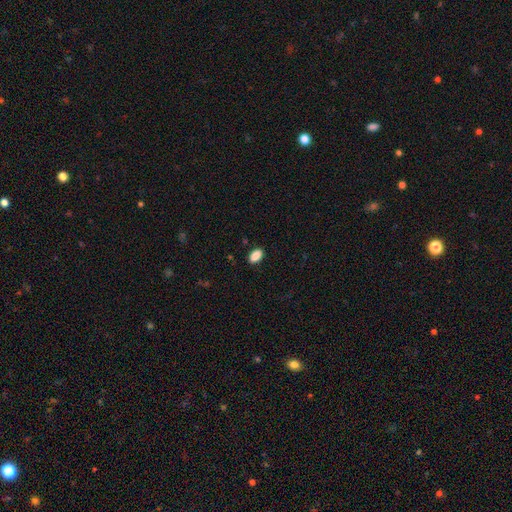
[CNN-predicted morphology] A smooth galaxy with no disk features (89%) that is in between round and cigar-shaped (92%).

Vote fractions:
- Smooth or featured? smooth: 89% / star or artifact: 8% / featured or disk: 3%
- How rounded? in between: 92% / round: 5% / cigar-shaped: 3%
- Merging? none: 88% / minor disturbance: 9% / major disturbance: 2% / merger: 1%